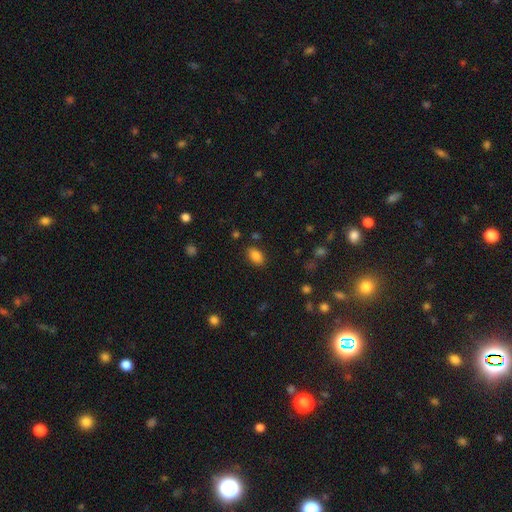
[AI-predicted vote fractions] Smooth or featured: smooth — 86% (star or artifact — 10%)
How rounded: in between — 90% (round — 7%)
Merging: none — 84% (minor disturbance — 10%)